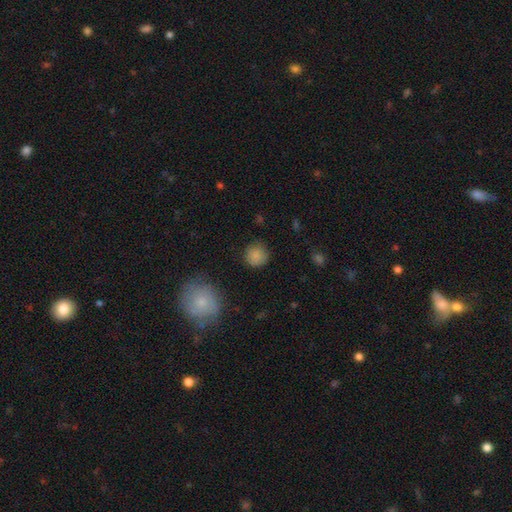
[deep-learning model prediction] This appears to be a smooth galaxy with no disk features (83%) that is round (92%). Merging: none (83%).